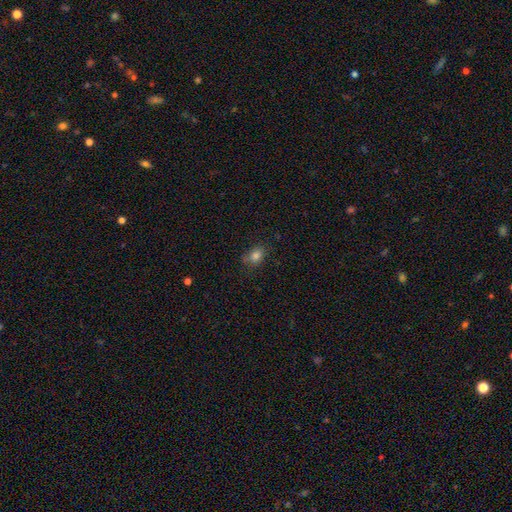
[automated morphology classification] A smooth galaxy with no disk features (81%) that is in between round and cigar-shaped (66%).

Vote fractions:
- Smooth or featured? smooth: 81% / star or artifact: 13% / featured or disk: 6%
- How rounded? in between: 66% / round: 32% / cigar-shaped: 2%
- Merging? none: 71% / minor disturbance: 21% / major disturbance: 5% / merger: 3%